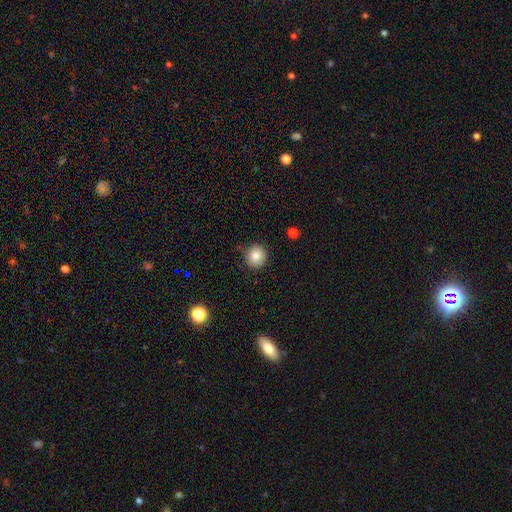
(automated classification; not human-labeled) smooth 83%, star or artifact 10%, featured or disk 7%. Down the decision tree: how rounded — round (90%); merging — none (88%).